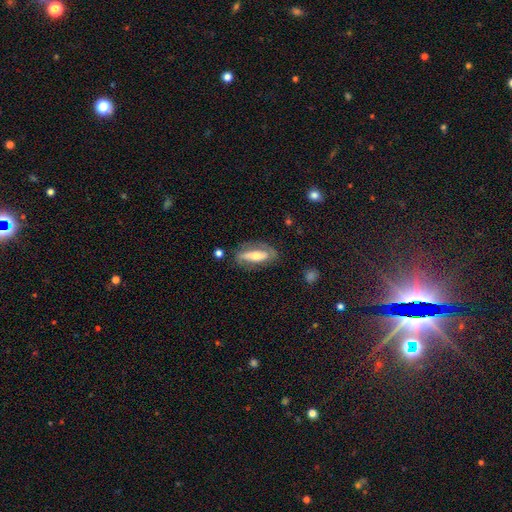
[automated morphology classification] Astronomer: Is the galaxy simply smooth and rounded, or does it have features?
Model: featured or disk — 57% (runner-up: smooth, 37%).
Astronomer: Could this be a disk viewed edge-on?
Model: no — 66%.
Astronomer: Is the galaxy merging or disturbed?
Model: none — 72%.